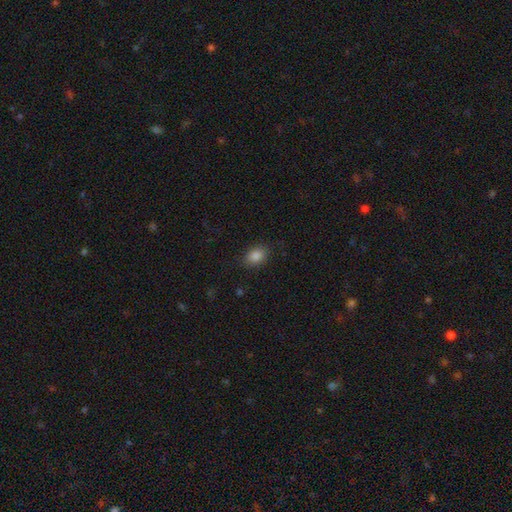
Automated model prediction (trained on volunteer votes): Morphology: type=smooth (86%); roundness=in between (75%); merging=none (85%).